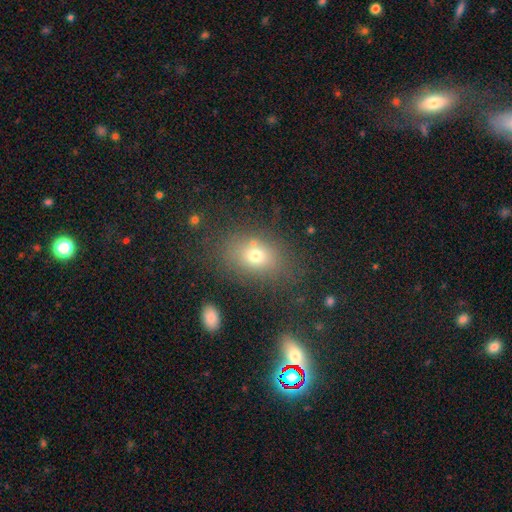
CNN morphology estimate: smooth 71%, star or artifact 15%, featured or disk 14%. Down the decision tree: how rounded — in between (69%); merging — none (72%).